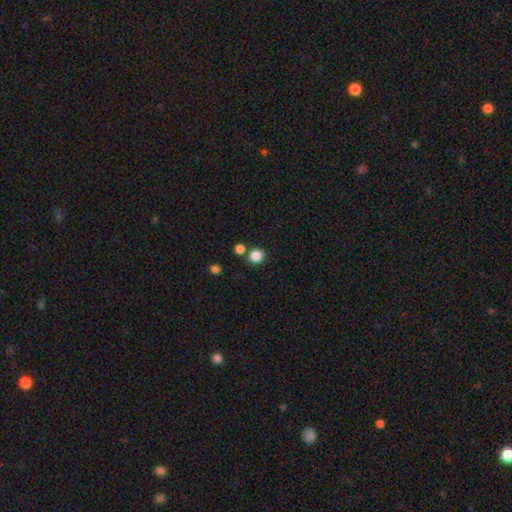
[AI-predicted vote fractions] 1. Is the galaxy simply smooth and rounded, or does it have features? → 85% smooth, 11% star or artifact, 4% featured or disk.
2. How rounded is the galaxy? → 89% round, 10% in between, 1% cigar-shaped.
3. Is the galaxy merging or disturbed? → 77% none, 13% merger, 8% minor disturbance, 3% major disturbance.